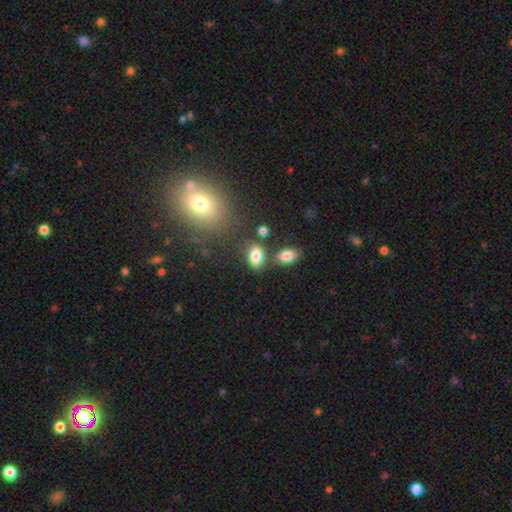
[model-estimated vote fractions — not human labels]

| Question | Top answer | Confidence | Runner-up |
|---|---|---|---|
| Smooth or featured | smooth | 82% | star or artifact (10%) |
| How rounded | in between | 87% | round (11%) |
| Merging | none | 69% | minor disturbance (14%) |